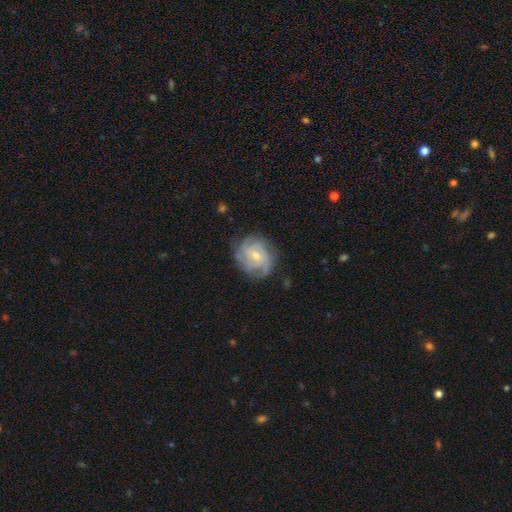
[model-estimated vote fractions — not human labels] A featured or disk galaxy (76%) with no bar (60%), tight (61%) spiral arms (91%) and a small central bulge (52%).

Vote fractions:
- Smooth or featured? featured or disk: 76% / smooth: 17% / star or artifact: 7%
- Edge-on disk? no: 98% / yes: 2%
- Bar? no: 60% / weak: 35% / strong: 5%
- Spiral arms? yes: 91% / no: 9%
- Spiral winding? tight: 61% / medium: 30% / loose: 9%
- Spiral arm count? can't tell: 37% / 3: 21% / 4: 19% / 2: 12% / more than 4: 6% / 1: 6%
- Bulge size? small: 52% / moderate: 44% / large: 2% / none: 2% / dominant: 1%
- Merging? none: 75% / minor disturbance: 17% / major disturbance: 7% / merger: 1%